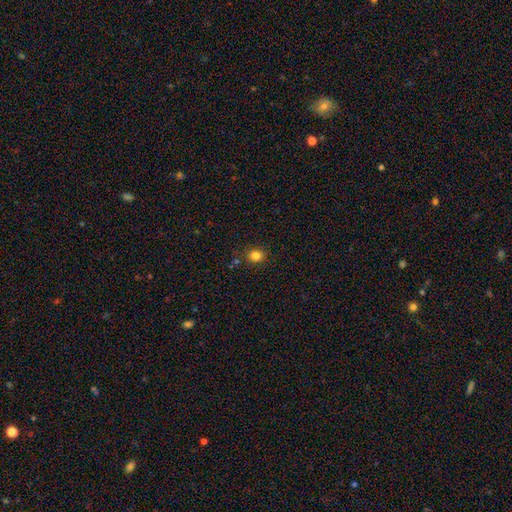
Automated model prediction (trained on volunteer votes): Overall: smooth (82%). How rounded: round (77%). Merging: none (86%).